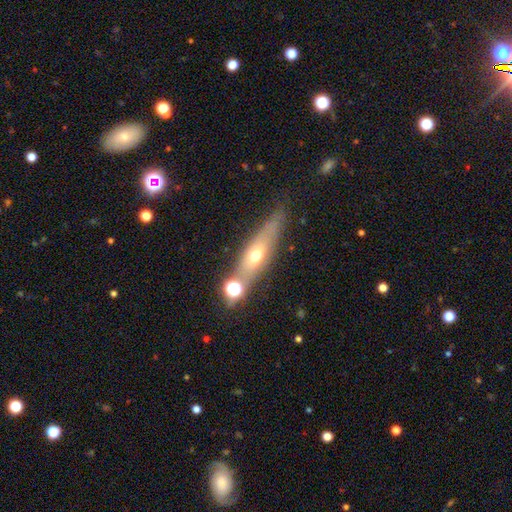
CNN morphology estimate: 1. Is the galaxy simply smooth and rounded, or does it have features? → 45% smooth, 43% featured or disk, 12% star or artifact.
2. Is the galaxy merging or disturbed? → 71% none, 14% minor disturbance, 10% merger, 5% major disturbance.